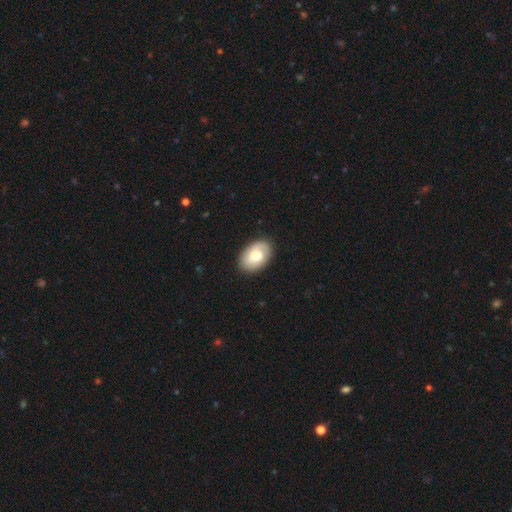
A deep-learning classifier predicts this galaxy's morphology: Smooth or featured? smooth (55%)
How rounded? in between (86%)
Merging? none (83%)